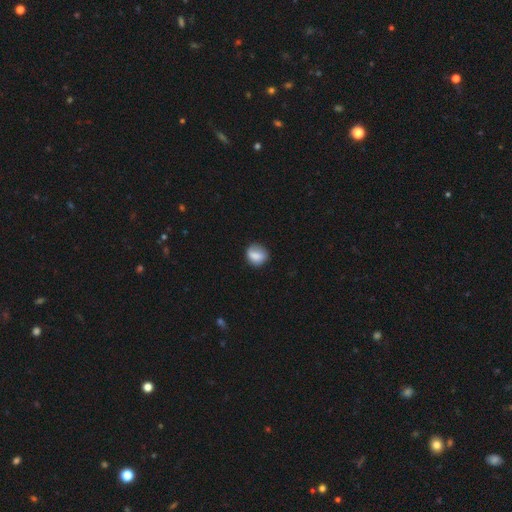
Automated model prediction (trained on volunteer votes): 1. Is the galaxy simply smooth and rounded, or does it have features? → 74% smooth, 18% featured or disk, 8% star or artifact.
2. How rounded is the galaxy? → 69% round, 29% in between, 2% cigar-shaped.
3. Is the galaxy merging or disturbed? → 72% none, 20% minor disturbance, 6% major disturbance, 2% merger.